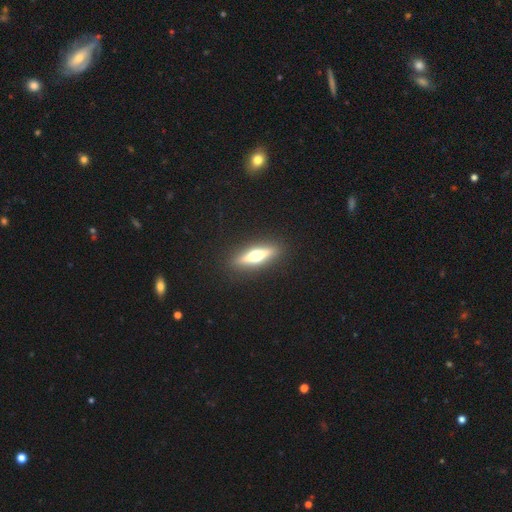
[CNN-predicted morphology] The model was most divided on "smooth or featured": featured or disk: 64%, smooth: 29%, star or artifact: 7%. More confident: edge-on bulge — rounded (95%); edge-on disk — yes (94%); merging — none (90%).